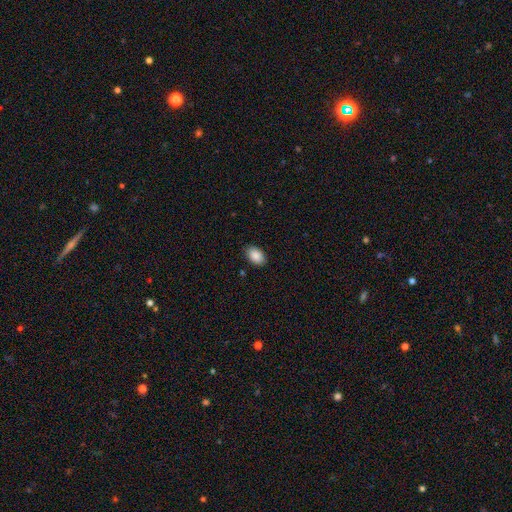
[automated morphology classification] This is clearly a smooth galaxy (89%). How rounded: clearly in between (90%). Merging: clearly none (89%).